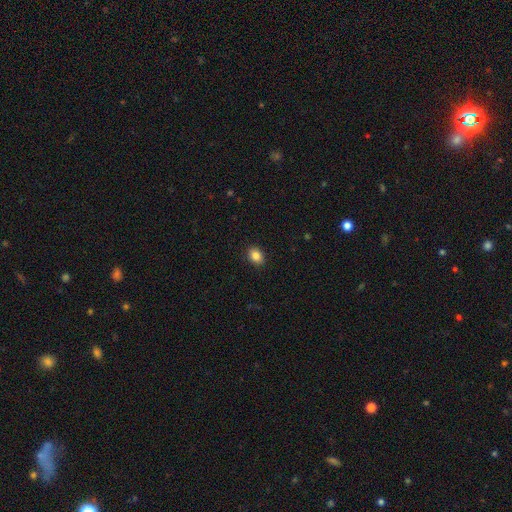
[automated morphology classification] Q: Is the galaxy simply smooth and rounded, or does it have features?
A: smooth — 86%.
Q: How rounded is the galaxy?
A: in between — 64%.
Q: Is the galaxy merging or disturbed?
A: none — 90%.